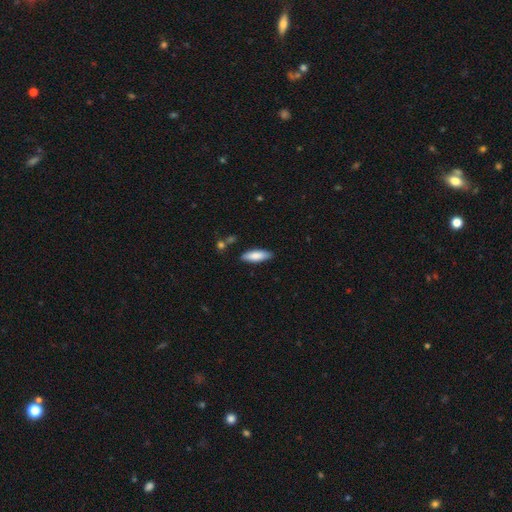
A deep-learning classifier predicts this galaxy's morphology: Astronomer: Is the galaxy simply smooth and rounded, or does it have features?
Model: smooth — 84%.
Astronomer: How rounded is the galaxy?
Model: in between — 56% (runner-up: cigar-shaped, 42%).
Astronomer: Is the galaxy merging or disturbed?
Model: none — 85%.